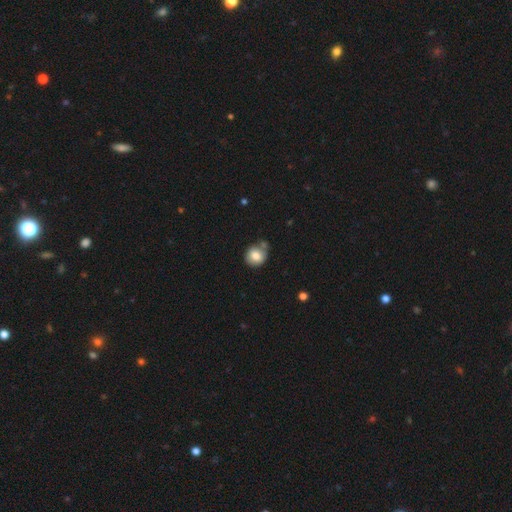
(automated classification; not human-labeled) This appears to be a smooth galaxy with no disk features (80%) that is round (80%). Merging: none (62%).